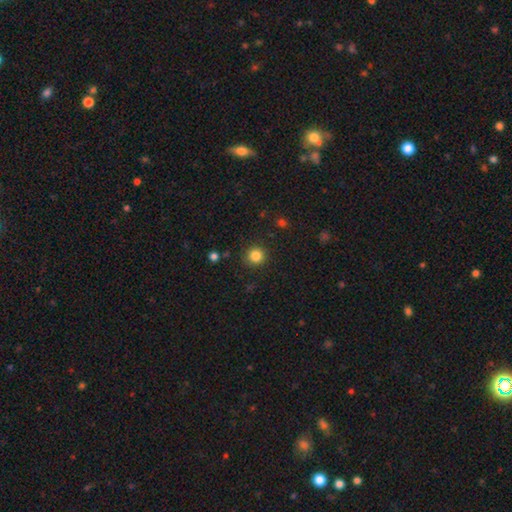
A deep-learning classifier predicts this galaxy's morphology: Overall: smooth (84%). How rounded: round (93%). Merging: none (89%).